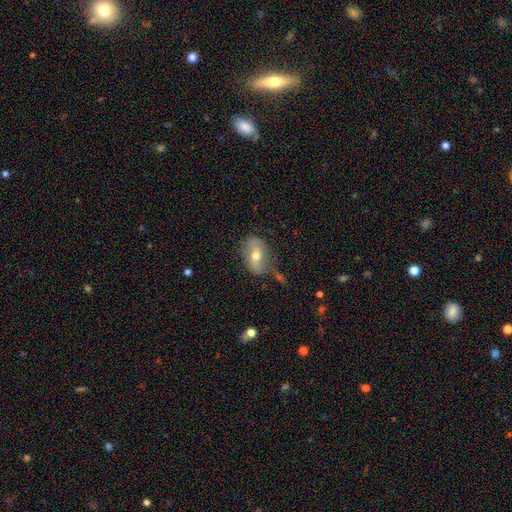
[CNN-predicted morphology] Smooth or featured?
  - featured or disk: 47% *
  - smooth: 45%
  - star or artifact: 8%
Merging?
  - none: 62% *
  - minor disturbance: 24%
  - major disturbance: 9%
  - merger: 5%